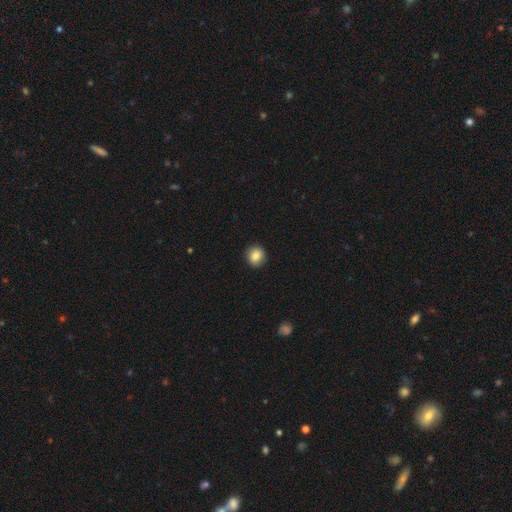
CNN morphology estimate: A smooth galaxy with no disk features (86%) that is round (86%).

Vote fractions:
- Smooth or featured? smooth: 86% / star or artifact: 9% / featured or disk: 5%
- How rounded? round: 86% / in between: 13% / cigar-shaped: 1%
- Merging? none: 90% / minor disturbance: 7% / major disturbance: 2% / merger: 1%